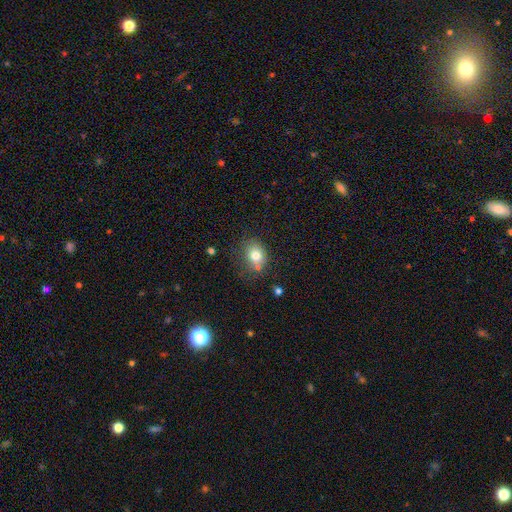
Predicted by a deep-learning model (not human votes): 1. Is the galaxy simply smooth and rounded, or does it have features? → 78% smooth, 11% featured or disk, 11% star or artifact.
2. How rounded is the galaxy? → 50% in between, 49% round, 1% cigar-shaped.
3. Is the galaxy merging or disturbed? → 64% none, 21% minor disturbance, 8% merger, 6% major disturbance.